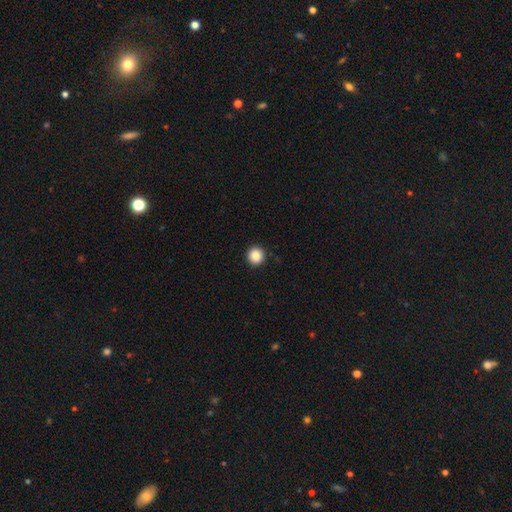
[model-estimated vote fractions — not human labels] This appears to be a smooth galaxy with no disk features (86%) that is round (94%). Merging: none (93%).